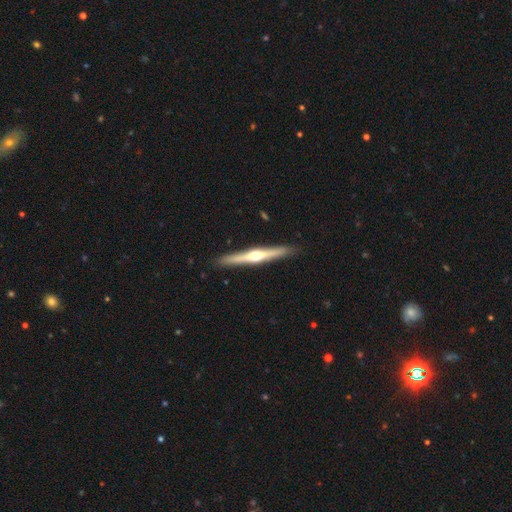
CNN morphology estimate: A featured or disk galaxy (71%) viewed edge-on (98%) with a rounded central bulge (91%). Merging: none (91%).